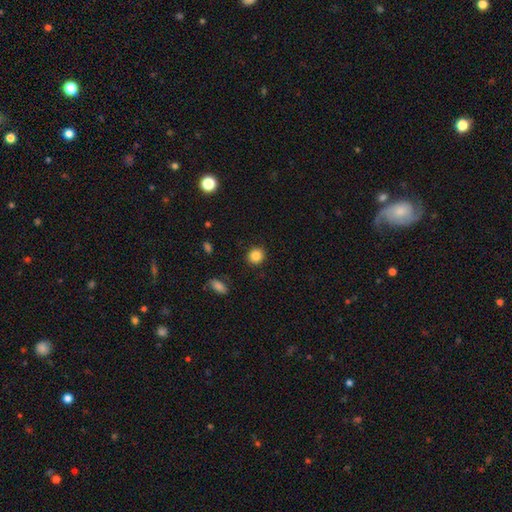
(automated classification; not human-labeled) Smooth or featured? smooth (86%)
How rounded? round (87%)
Merging? none (90%)